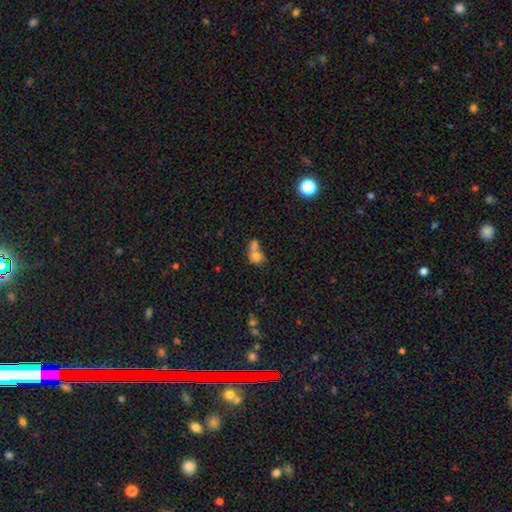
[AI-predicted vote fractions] Smooth or featured?
  - smooth: 72% *
  - featured or disk: 16%
  - star or artifact: 12%
How rounded?
  - round: 58% *
  - in between: 40%
  - cigar-shaped: 2%
Merging?
  - merger: 65% *
  - none: 22%
  - minor disturbance: 7%
  - major disturbance: 6%